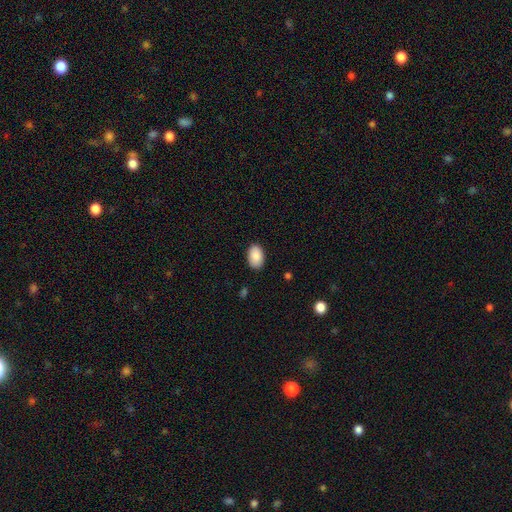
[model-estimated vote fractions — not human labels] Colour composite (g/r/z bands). It shows a smooth galaxy with no disk features (87%) that is in between round and cigar-shaped (91%). Merging: none (88%).